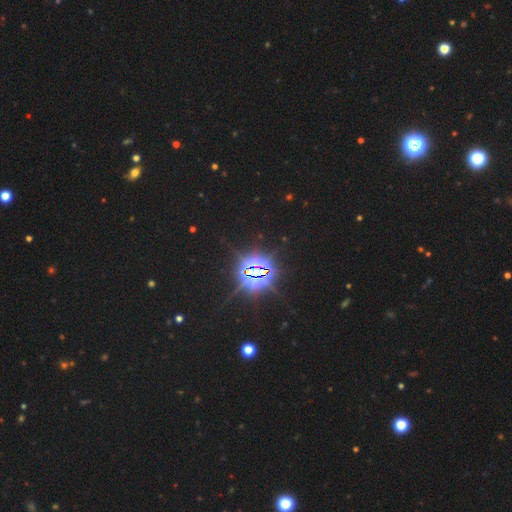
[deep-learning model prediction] Smooth or featured? star or artifact (80%)